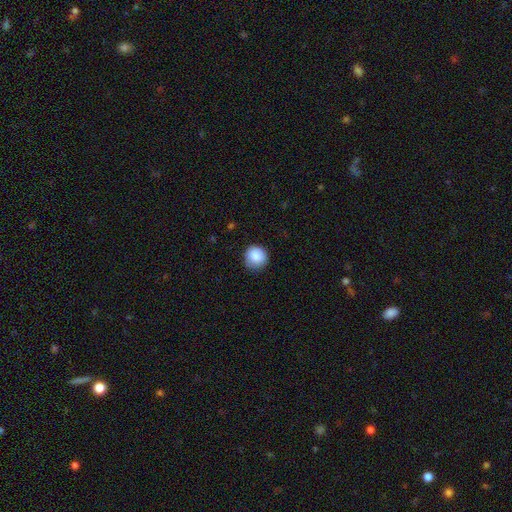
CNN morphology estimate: This is clearly a smooth galaxy (88%). How rounded: clearly round (92%). Merging: clearly none (81%).